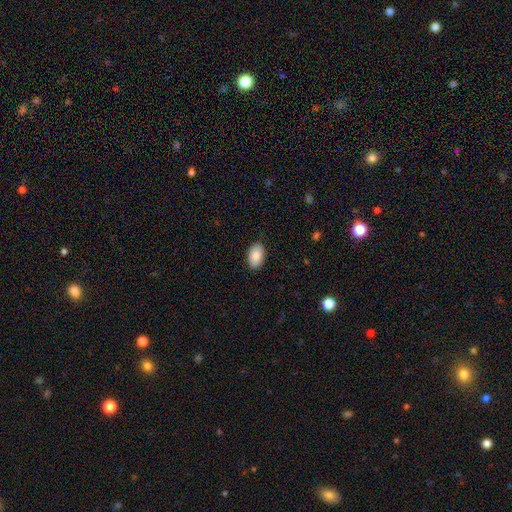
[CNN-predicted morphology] A smooth galaxy with no disk features (87%) that is in between round and cigar-shaped (92%). Merging: none (88%).